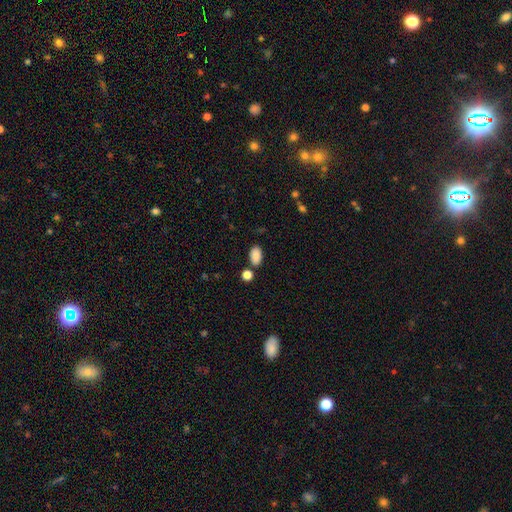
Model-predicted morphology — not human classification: smooth_or_featured: smooth (p=0.88) [alt: star or artifact p=0.08]
how_rounded: in between (p=0.91) [alt: round p=0.07]
merging: none (p=0.77) [alt: minor disturbance p=0.11]